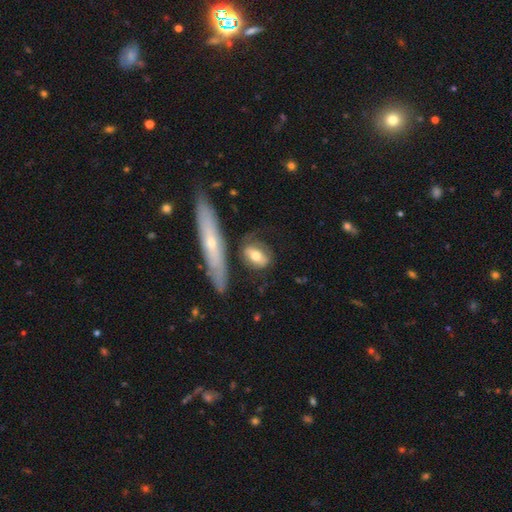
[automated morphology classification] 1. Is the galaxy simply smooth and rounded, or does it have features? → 60% smooth, 33% featured or disk, 6% star or artifact.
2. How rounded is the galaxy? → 68% in between, 16% round, 16% cigar-shaped.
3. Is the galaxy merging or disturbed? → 57% none, 20% minor disturbance, 12% merger, 10% major disturbance.